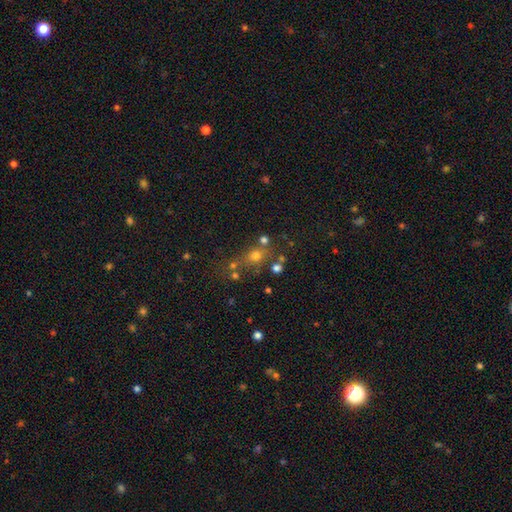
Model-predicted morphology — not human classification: Smooth or featured: smooth — 57% (star or artifact — 29%)
How rounded: round — 75% (in between — 23%)
Merging: none — 61% (merger — 19%)